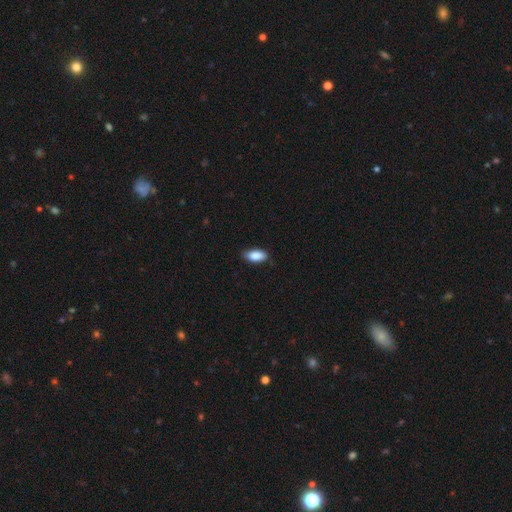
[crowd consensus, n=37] Volunteers were most divided on "smooth or featured": smooth: 89%, featured or disk: 8%, star or artifact: 3%. More confident: merging — none (97%); how rounded — in between (97%).